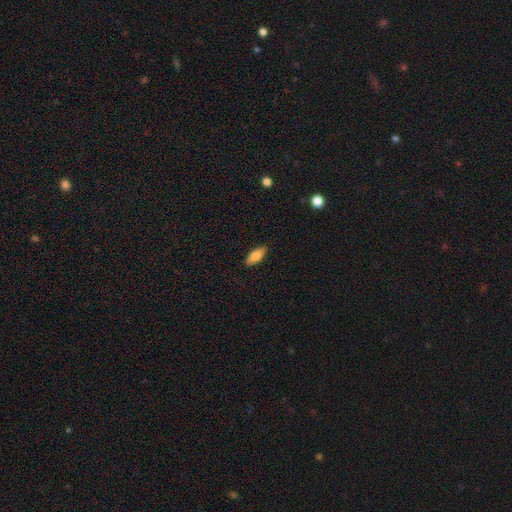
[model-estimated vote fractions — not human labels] Smooth or featured? smooth (77%)
How rounded? in between (80%)
Merging? none (89%)